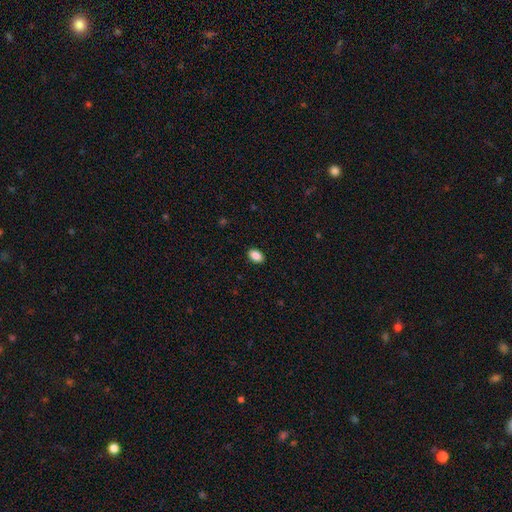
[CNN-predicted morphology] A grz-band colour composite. It shows a smooth galaxy with no disk features (88%) that is in between round and cigar-shaped (90%). Merging: none (90%).